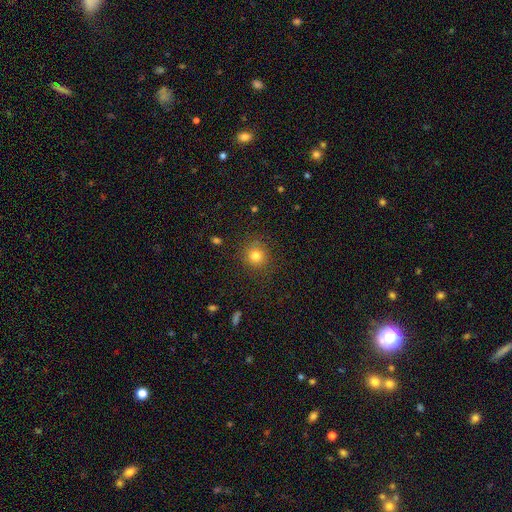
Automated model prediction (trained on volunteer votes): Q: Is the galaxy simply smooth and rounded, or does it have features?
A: smooth — 80%.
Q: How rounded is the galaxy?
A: round — 91%.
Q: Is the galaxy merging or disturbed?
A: none — 86%.